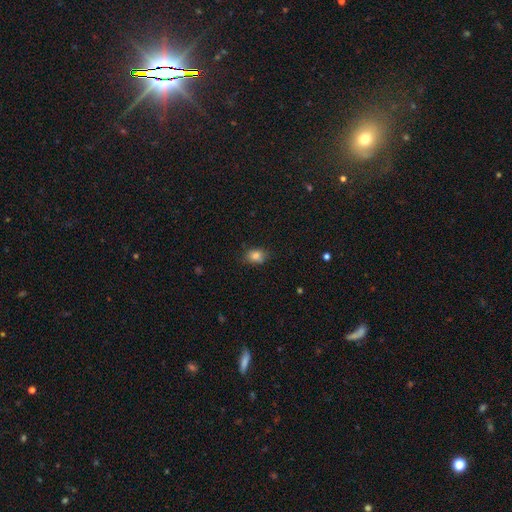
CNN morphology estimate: Smooth or featured?
  - smooth: 80% *
  - star or artifact: 11%
  - featured or disk: 9%
How rounded?
  - in between: 62% *
  - round: 36%
  - cigar-shaped: 2%
Merging?
  - none: 76% *
  - minor disturbance: 18%
  - major disturbance: 4%
  - merger: 2%